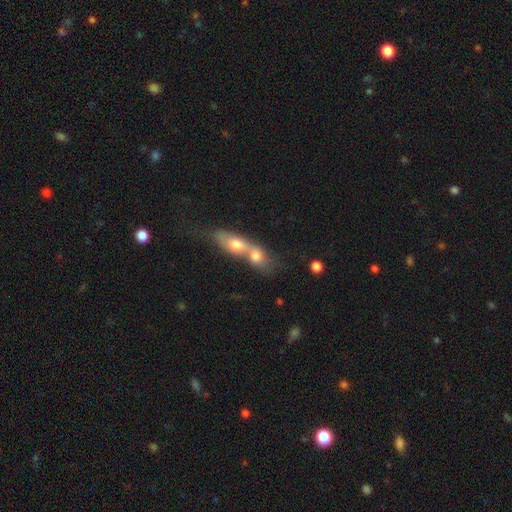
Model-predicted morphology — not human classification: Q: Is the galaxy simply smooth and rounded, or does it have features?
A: smooth — 70%.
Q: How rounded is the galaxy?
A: in between — 55%.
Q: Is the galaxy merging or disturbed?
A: merger — 78%.